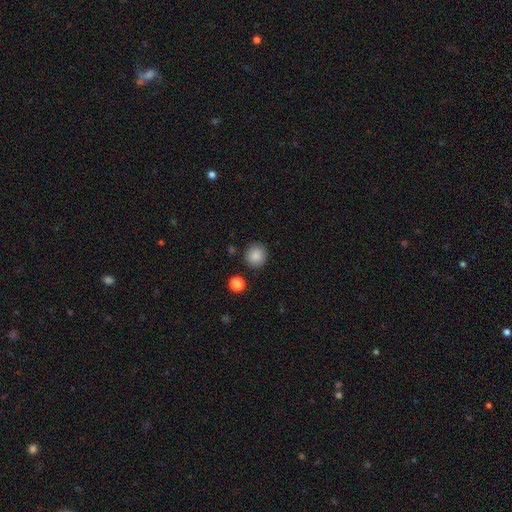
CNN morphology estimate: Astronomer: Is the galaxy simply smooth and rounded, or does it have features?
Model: smooth — 87%.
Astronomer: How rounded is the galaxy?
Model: round — 90%.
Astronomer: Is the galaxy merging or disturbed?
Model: none — 87%.